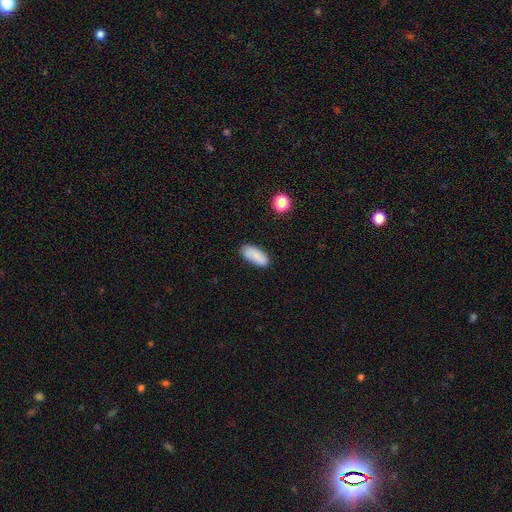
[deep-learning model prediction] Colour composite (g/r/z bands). It shows a smooth galaxy with no disk features (81%) that is in between round and cigar-shaped (86%). Merging: none (78%).